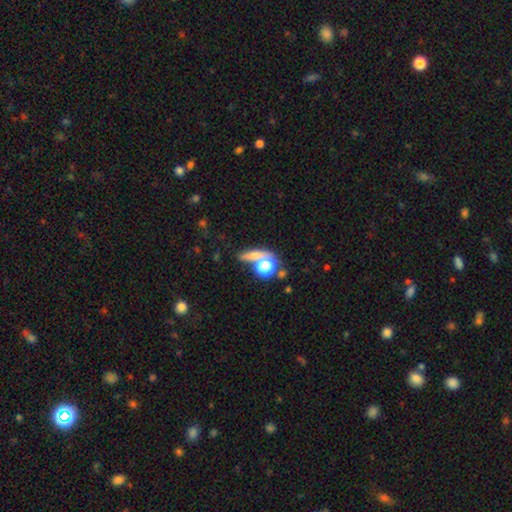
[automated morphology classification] Smooth or featured: smooth — 60% (star or artifact — 23%)
How rounded: round — 45% (cigar-shaped — 29%)
Merging: none — 55% (merger — 26%)